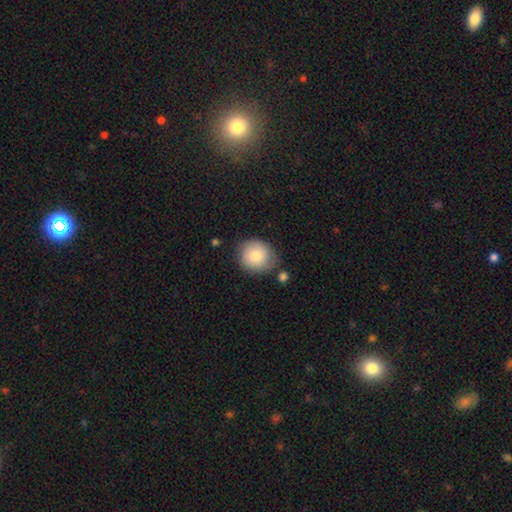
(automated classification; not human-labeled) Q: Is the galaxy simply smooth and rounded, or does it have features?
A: smooth — 80%.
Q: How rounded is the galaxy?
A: round — 88%.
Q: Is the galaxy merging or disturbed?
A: none — 71%.